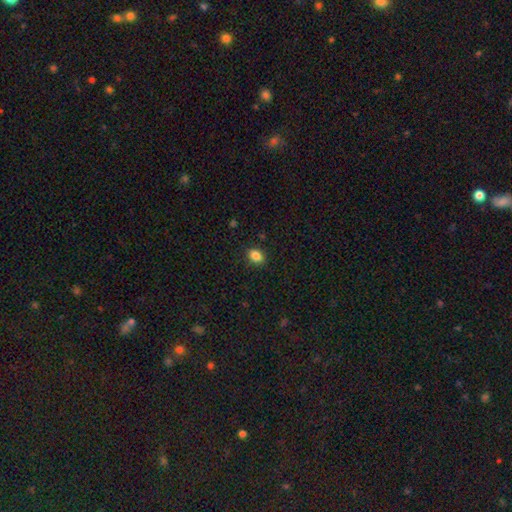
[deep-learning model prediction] smooth 86%, star or artifact 10%, featured or disk 4%. Down the decision tree: how rounded — in between (72%); merging — none (86%).